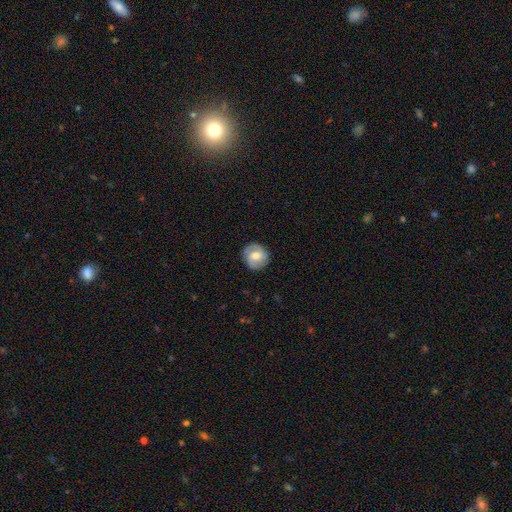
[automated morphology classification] type=smooth (47%); merging=none (83%).